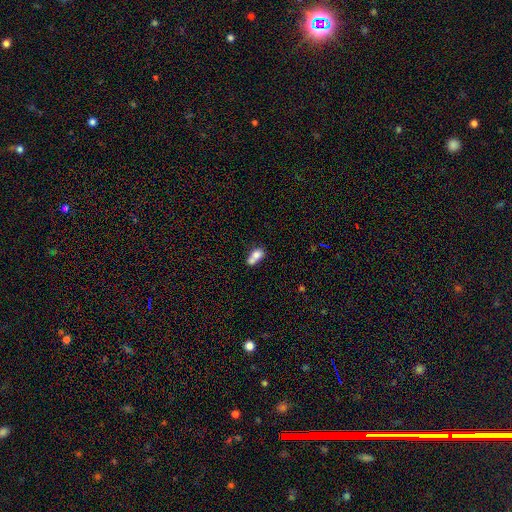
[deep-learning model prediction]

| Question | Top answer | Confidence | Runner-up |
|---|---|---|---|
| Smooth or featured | smooth | 72% | featured or disk (19%) |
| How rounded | in between | 69% | round (28%) |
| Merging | merger | 67% | none (20%) |